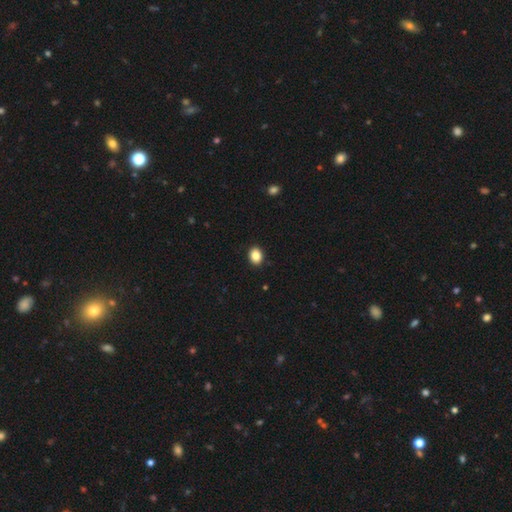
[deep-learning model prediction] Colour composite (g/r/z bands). It shows a smooth galaxy with no disk features (87%) that is in between round and cigar-shaped (55%). Merging: none (91%).